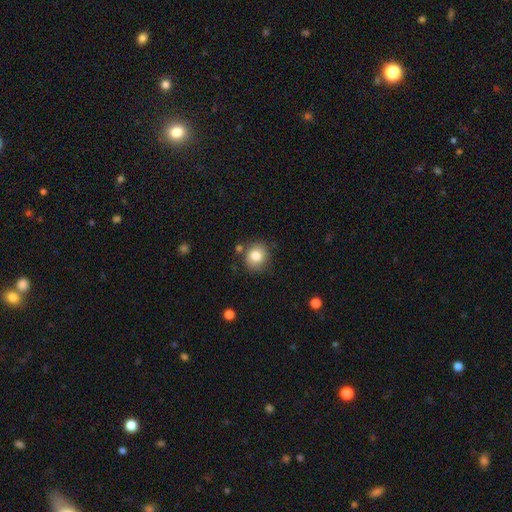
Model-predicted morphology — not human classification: Smooth or featured?
  - smooth: 81% *
  - star or artifact: 10%
  - featured or disk: 9%
How rounded?
  - round: 83% *
  - in between: 16%
  - cigar-shaped: 1%
Merging?
  - none: 81% *
  - minor disturbance: 11%
  - merger: 5%
  - major disturbance: 3%